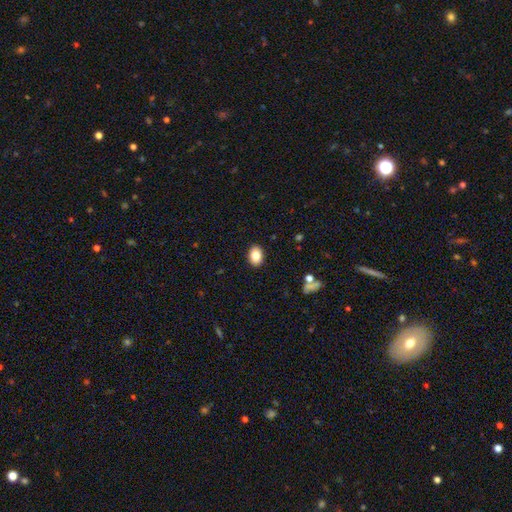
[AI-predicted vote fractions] A smooth galaxy with no disk features (83%) that is in between round and cigar-shaped (81%). Merging: none (90%).